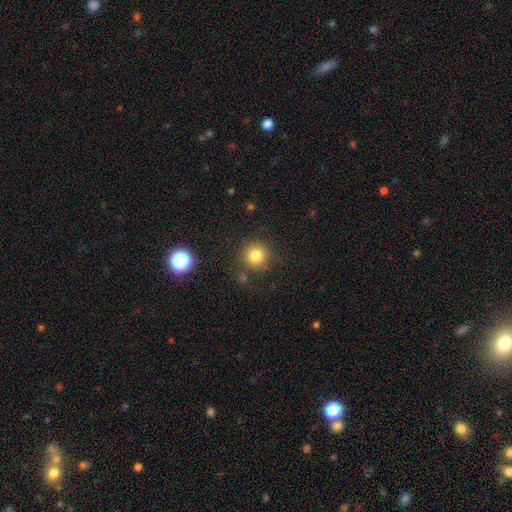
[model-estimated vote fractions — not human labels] Smooth or featured?
  - smooth: 81% *
  - star or artifact: 13%
  - featured or disk: 7%
How rounded?
  - round: 94% *
  - in between: 5%
  - cigar-shaped: 1%
Merging?
  - none: 84% *
  - minor disturbance: 8%
  - merger: 4%
  - major disturbance: 3%